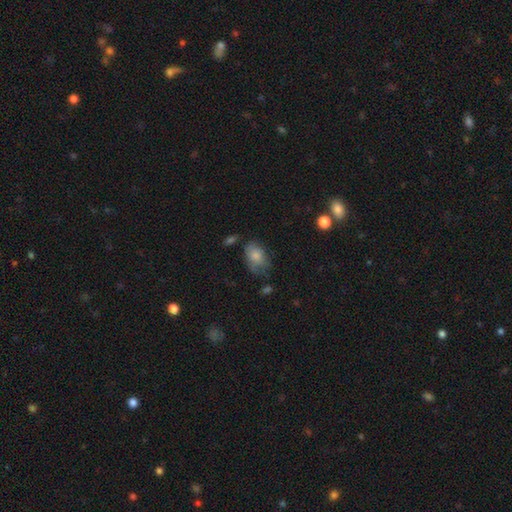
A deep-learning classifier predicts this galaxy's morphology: Smooth or featured?
  - smooth: 80% *
  - featured or disk: 13%
  - star or artifact: 8%
How rounded?
  - in between: 84% *
  - round: 14%
  - cigar-shaped: 1%
Merging?
  - none: 53% *
  - minor disturbance: 31%
  - major disturbance: 11%
  - merger: 4%